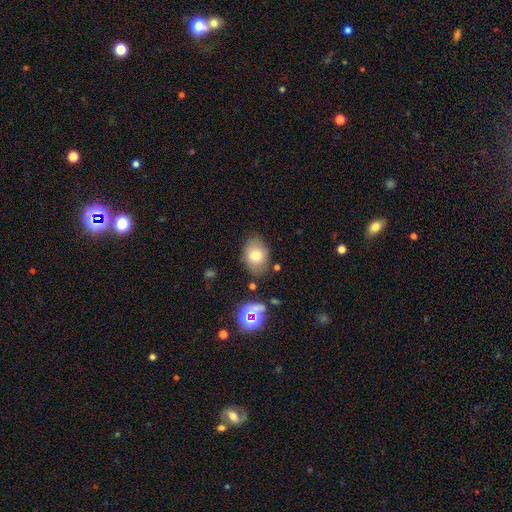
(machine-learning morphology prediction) smooth_or_featured: smooth (p=0.75) [alt: featured or disk p=0.13]
how_rounded: in between (p=0.69) [alt: round p=0.30]
merging: none (p=0.76) [alt: minor disturbance p=0.16]